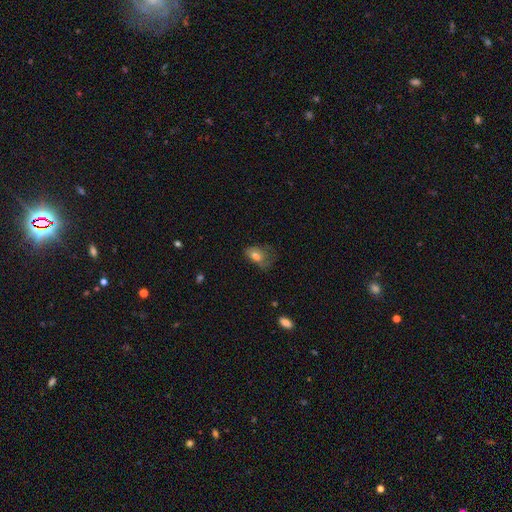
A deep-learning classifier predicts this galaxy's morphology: The model was most divided on "merging": none: 34%, major disturbance: 32%, minor disturbance: 31%, merger: 3%. More confident: how rounded — in between (81%); smooth or featured — smooth (71%).